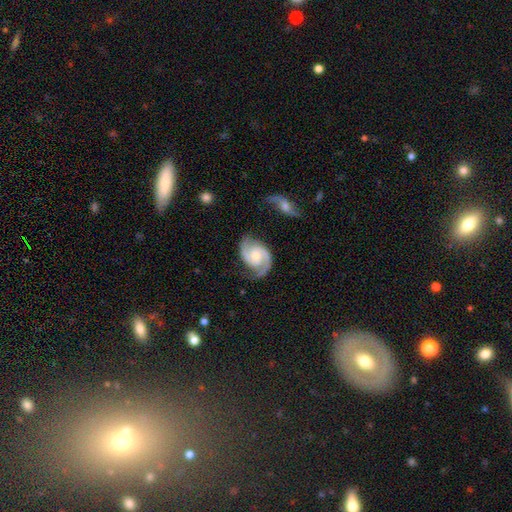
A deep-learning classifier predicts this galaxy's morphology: This appears to be a featured or disk galaxy (92%) with no bar (58%), 2 (93%) medium (54%) spiral arms (98%) and a moderate central bulge (47%). Merging: none (75%).